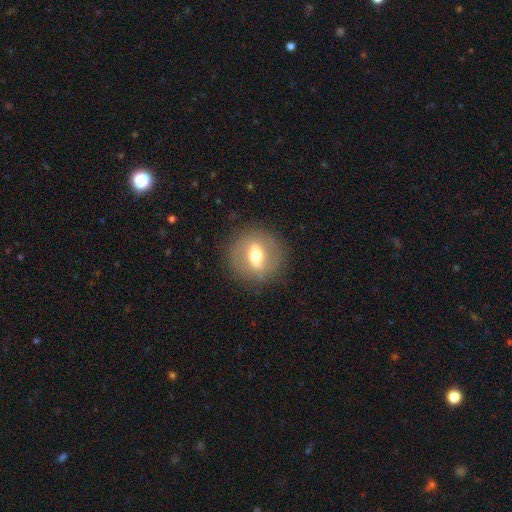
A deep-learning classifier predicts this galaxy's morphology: Smooth or featured? Predicted: featured or disk (p=0.49). Merging? Predicted: none (p=0.84).